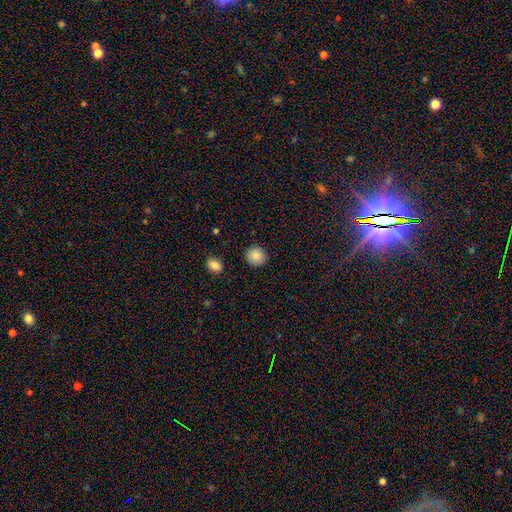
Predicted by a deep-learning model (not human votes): A smooth galaxy with no disk features (86%) that is round (93%). Merging: none (91%).